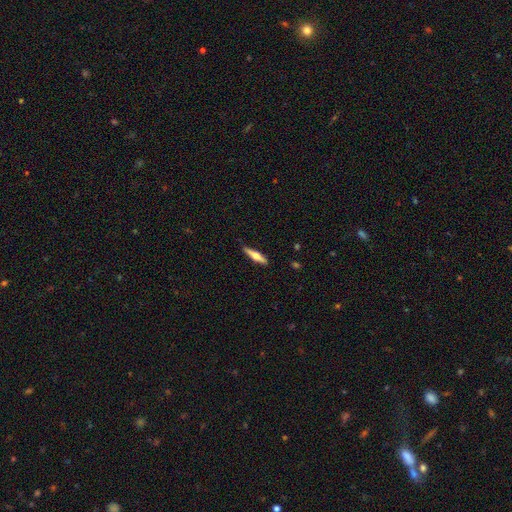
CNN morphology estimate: smooth-or-featured: featured or disk: 53% | smooth: 42% | star or artifact: 6%
  disk-edge-on: yes: 96% | no: 4%
    edge-on-bulge: rounded: 92% | boxy: 4% | none: 4%
  merging: none: 89% | minor disturbance: 9% | major disturbance: 2% | merger: 1%